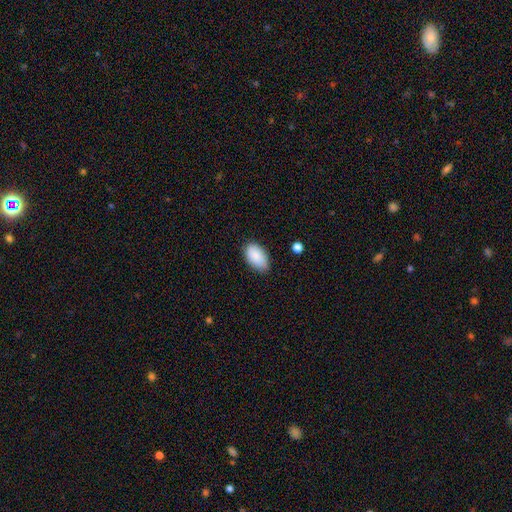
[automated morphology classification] Smooth or featured? Predicted: smooth (p=0.88). How rounded? Predicted: in between (p=0.94). Merging? Predicted: none (p=0.79).